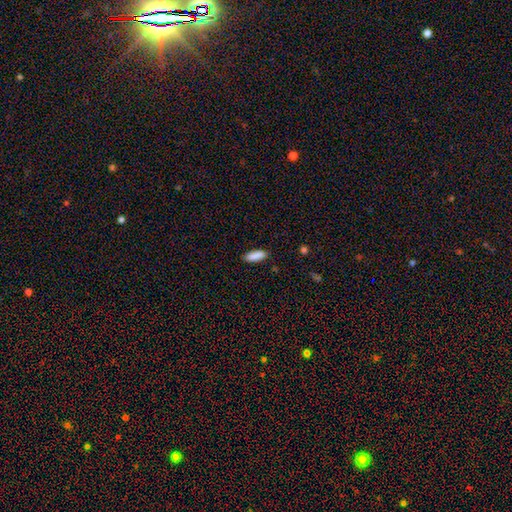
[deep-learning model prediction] A smooth galaxy with no disk features (88%) that is in between round and cigar-shaped (52%).

Vote fractions:
- Smooth or featured? smooth: 88% / star or artifact: 7% / featured or disk: 5%
- How rounded? in between: 52% / cigar-shaped: 46% / round: 2%
- Merging? none: 87% / minor disturbance: 10% / major disturbance: 2% / merger: 1%